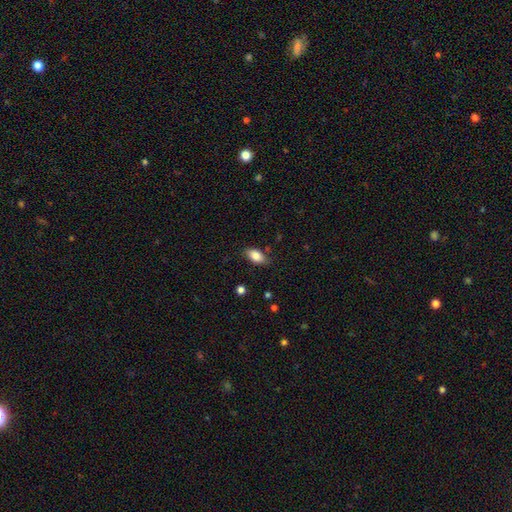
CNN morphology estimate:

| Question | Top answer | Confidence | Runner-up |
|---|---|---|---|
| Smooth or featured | smooth | 85% | featured or disk (8%) |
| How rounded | in between | 91% | round (6%) |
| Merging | none | 79% | minor disturbance (16%) |